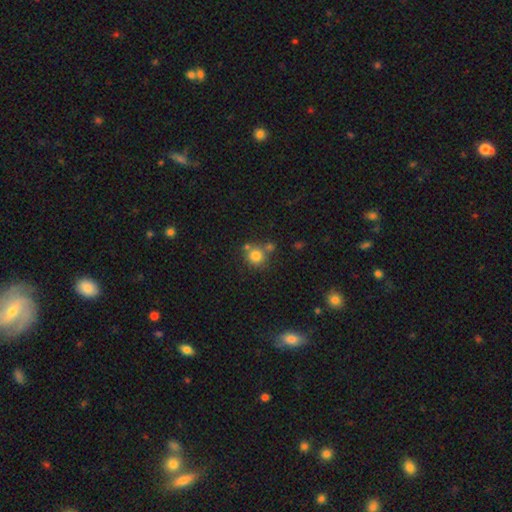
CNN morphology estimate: smooth 79%, star or artifact 12%, featured or disk 9%. Down the decision tree: how rounded — round (90%); merging — none (62%).